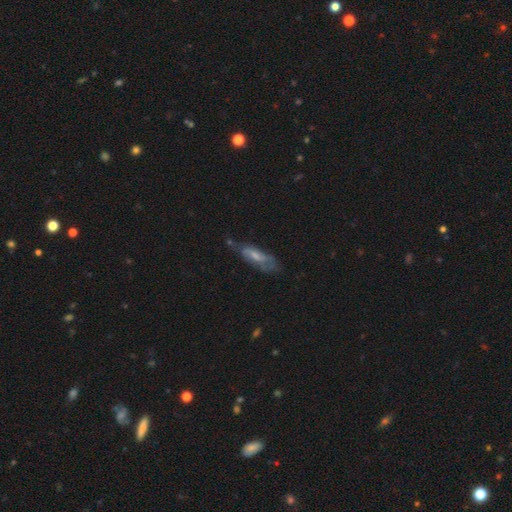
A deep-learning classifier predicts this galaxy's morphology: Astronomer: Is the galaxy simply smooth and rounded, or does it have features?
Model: featured or disk — 46%, tied with smooth at 46%.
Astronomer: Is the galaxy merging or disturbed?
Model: none — 44% (runner-up: minor disturbance, 31%).